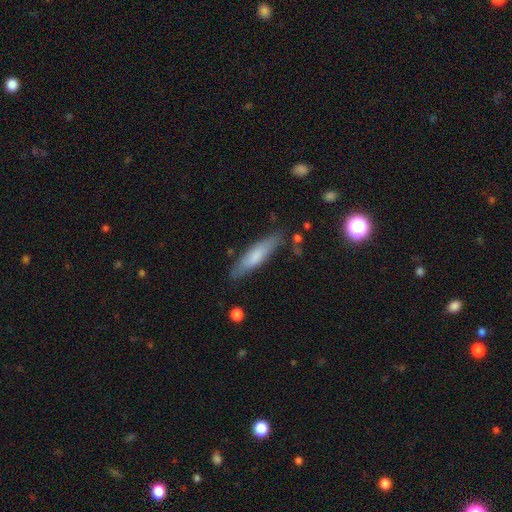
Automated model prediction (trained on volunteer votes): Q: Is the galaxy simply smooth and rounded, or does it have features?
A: smooth — 70%.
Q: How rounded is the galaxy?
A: cigar-shaped — 77%.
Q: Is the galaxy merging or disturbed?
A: none — 82%.